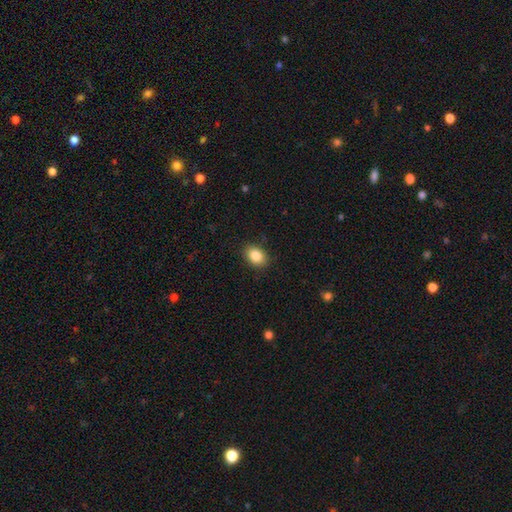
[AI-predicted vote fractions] smooth_or_featured: smooth (p=0.86) [alt: star or artifact p=0.09]
how_rounded: in between (p=0.70) [alt: round p=0.29]
merging: none (p=0.88) [alt: minor disturbance p=0.09]